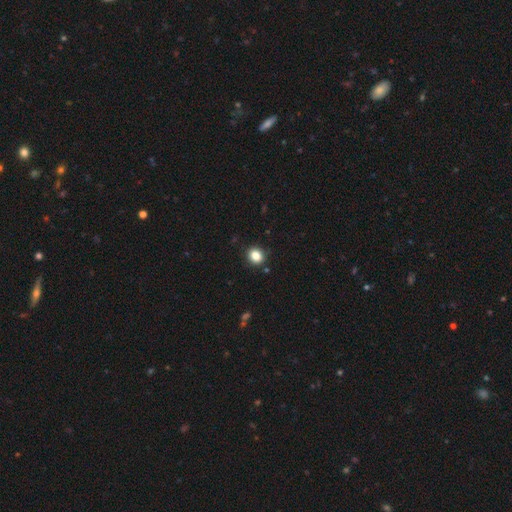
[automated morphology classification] The model was most divided on "how rounded": round: 72%, in between: 27%, cigar-shaped: 1%. More confident: merging — none (89%); smooth or featured — smooth (84%).